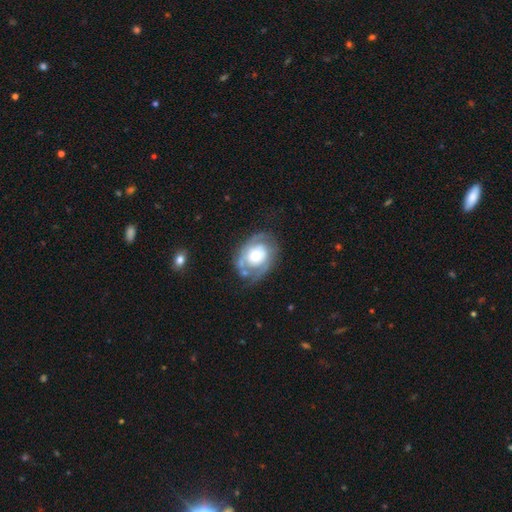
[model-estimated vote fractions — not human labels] This appears to be a featured or disk galaxy (69%) with no bar (80%), spiral arms (70%) and a moderate central bulge (60%). Merging: none (58%).